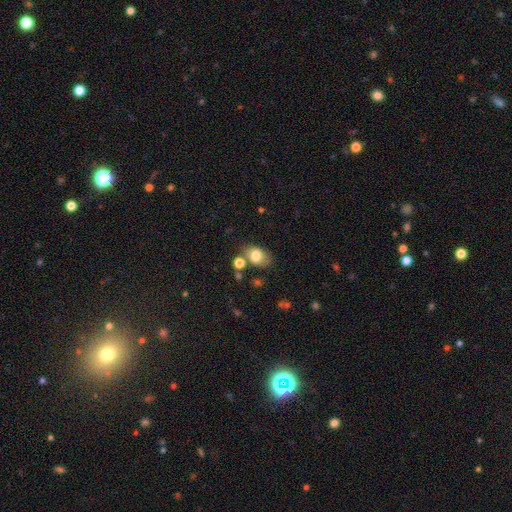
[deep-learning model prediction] Overall: smooth (77%). How rounded: in between (76%). Merging: none (60%; minor disturbance 20%).